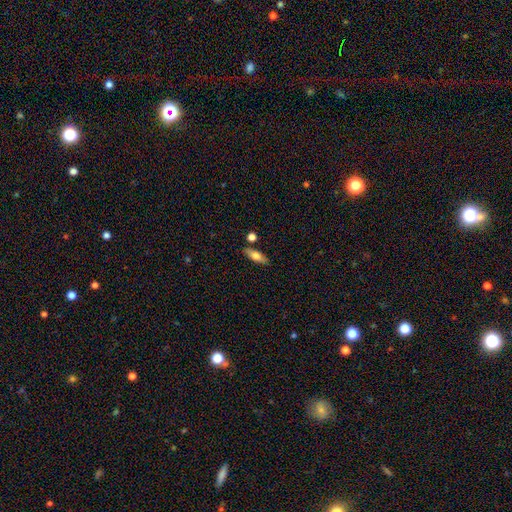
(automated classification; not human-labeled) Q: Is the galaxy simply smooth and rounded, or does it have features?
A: smooth — 70%.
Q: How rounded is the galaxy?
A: in between — 61%.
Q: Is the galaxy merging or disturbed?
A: none — 80%.